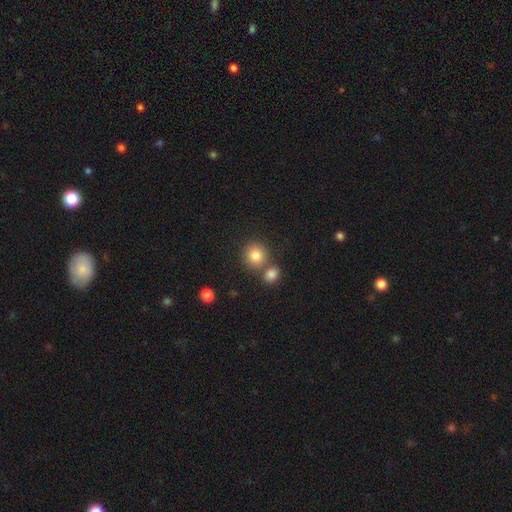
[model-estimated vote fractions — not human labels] Smooth or featured: smooth — 83% (star or artifact — 10%)
How rounded: round — 86% (in between — 13%)
Merging: none — 61% (merger — 27%)